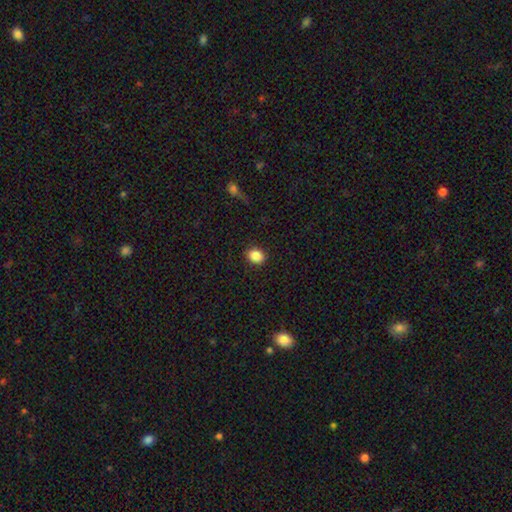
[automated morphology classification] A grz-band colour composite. It shows a smooth galaxy with no disk features (87%) that is round (54%). Merging: none (89%).